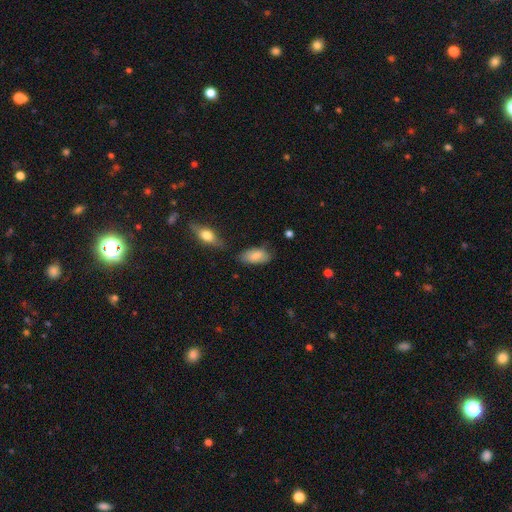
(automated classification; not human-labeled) smooth-or-featured: smooth: 82% | featured or disk: 11% | star or artifact: 7%
  how-rounded: in between: 91% | cigar-shaped: 6% | round: 3%
  merging: none: 66% | minor disturbance: 24% | major disturbance: 5% | merger: 5%